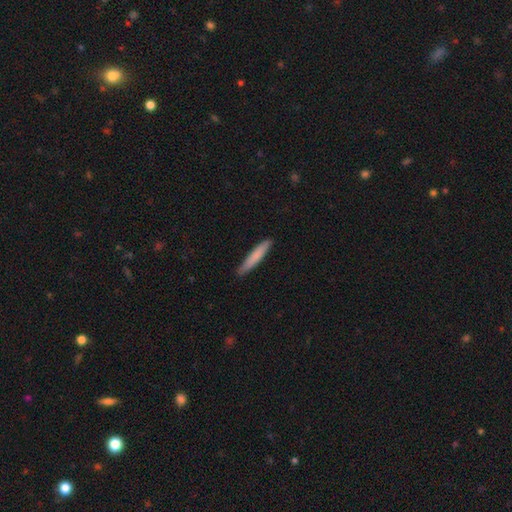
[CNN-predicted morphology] This is likely a smooth galaxy (78%). How rounded: clearly cigar-shaped (94%). Merging: clearly none (88%).